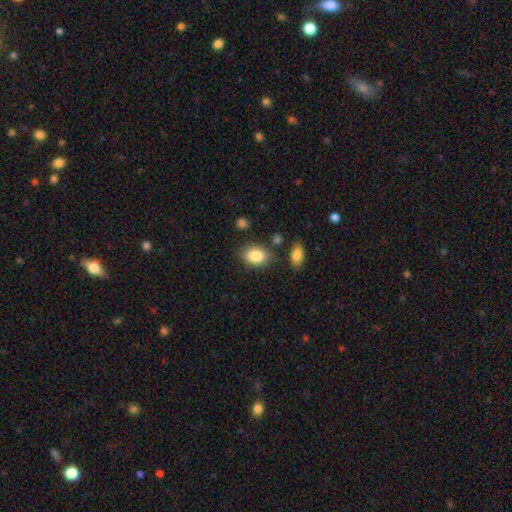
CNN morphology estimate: Overall: smooth (85%). How rounded: in between (84%). Merging: none (76%).